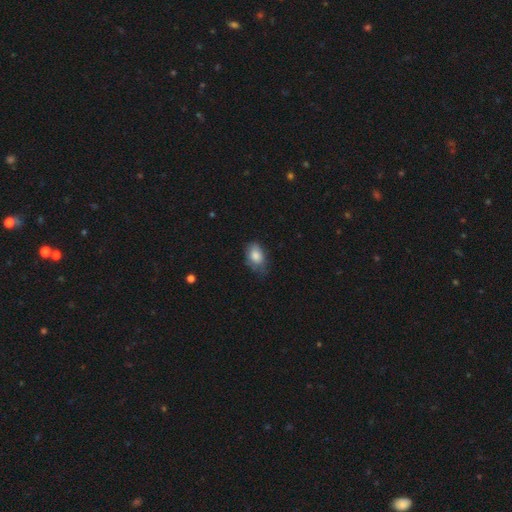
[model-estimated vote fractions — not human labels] Smooth or featured? smooth (81%)
How rounded? in between (87%)
Merging? none (49%)